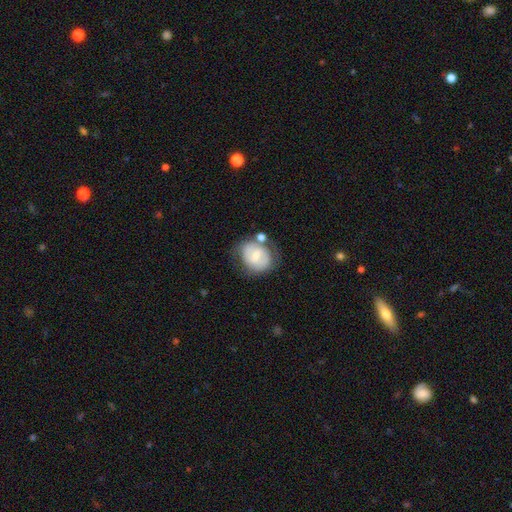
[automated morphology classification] Q: Smooth or featured?
A: featured or disk (47%); runner-up: smooth (45%)
Q: Merging?
A: none (53%); runner-up: minor disturbance (22%)